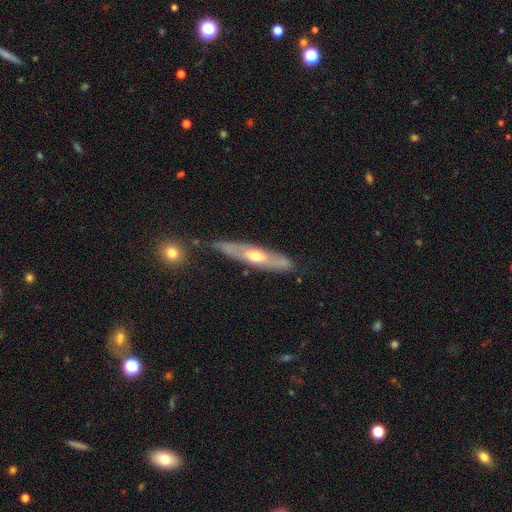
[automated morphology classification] This appears to be a featured or disk galaxy (66%) viewed edge-on (57%). Merging: none (75%).